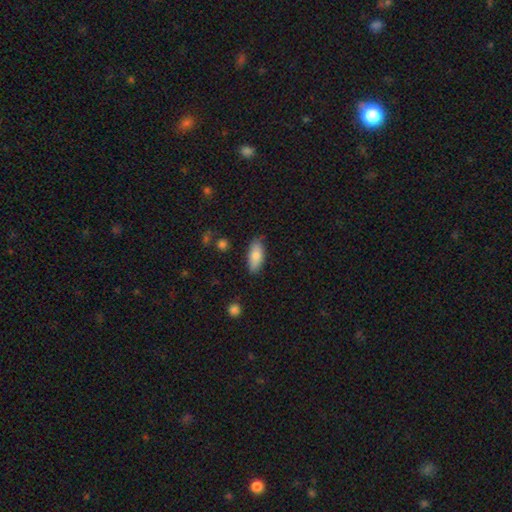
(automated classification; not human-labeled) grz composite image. It shows a smooth galaxy with no disk features (82%) that is in between round and cigar-shaped (80%). Merging: none (82%).